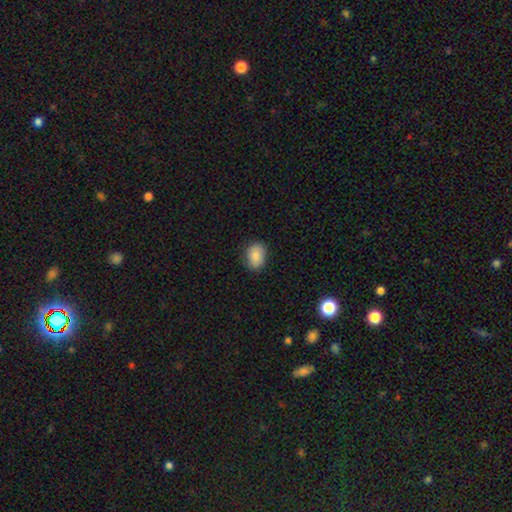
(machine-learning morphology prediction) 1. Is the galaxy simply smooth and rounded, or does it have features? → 83% smooth, 9% featured or disk, 8% star or artifact.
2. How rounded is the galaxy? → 68% in between, 31% round, 1% cigar-shaped.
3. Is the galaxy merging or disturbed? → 84% none, 13% minor disturbance, 3% major disturbance, 1% merger.